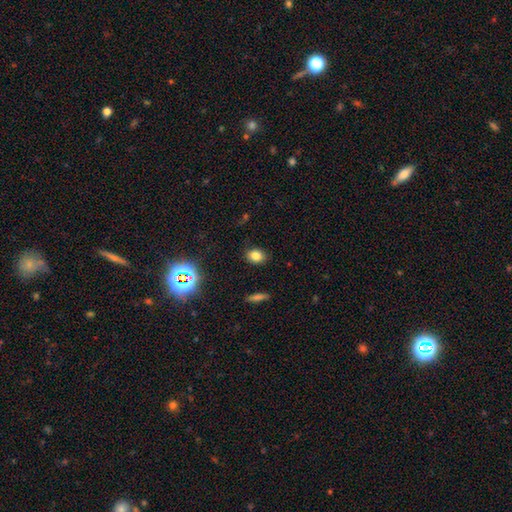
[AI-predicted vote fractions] This appears to be a smooth galaxy with no disk features (78%) that is in between round and cigar-shaped (62%). Merging: none (86%).